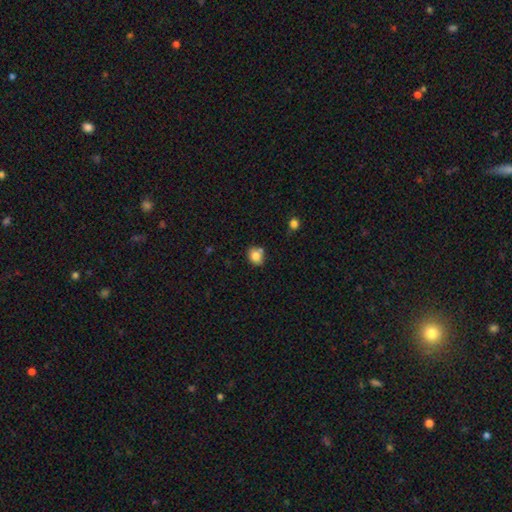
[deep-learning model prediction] smooth-or-featured: smooth: 81% | star or artifact: 10% | featured or disk: 9%
  how-rounded: round: 60% | in between: 39% | cigar-shaped: 1%
  merging: none: 65% | minor disturbance: 17% | merger: 14% | major disturbance: 4%